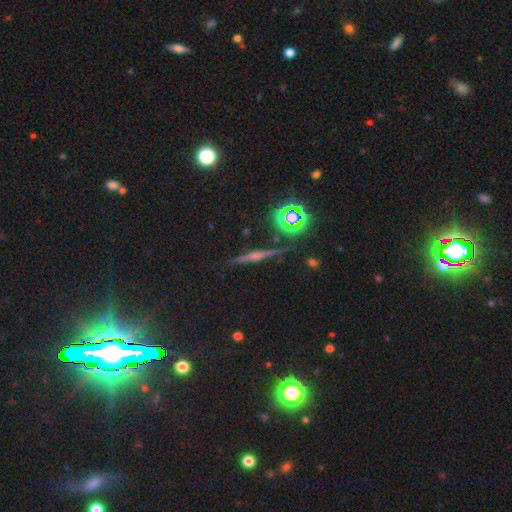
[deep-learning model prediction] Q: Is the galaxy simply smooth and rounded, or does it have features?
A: star or artifact — 51%.